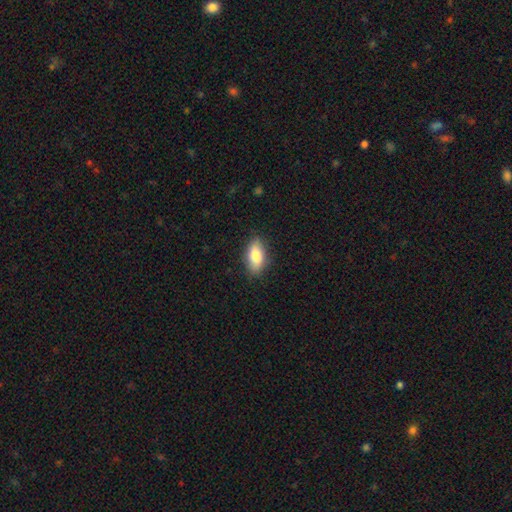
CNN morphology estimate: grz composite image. It shows a smooth galaxy with no disk features (81%) that is in between round and cigar-shaped (88%). Merging: none (83%).